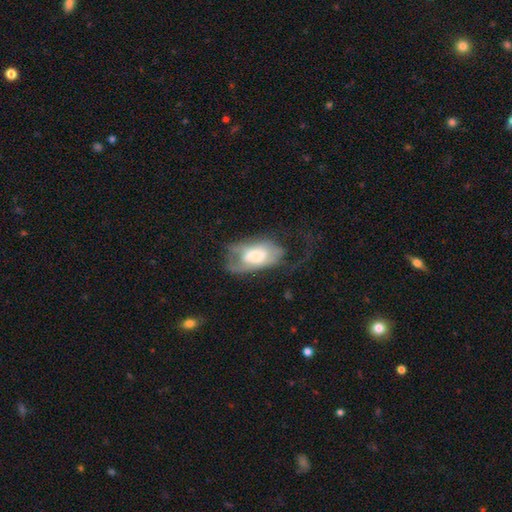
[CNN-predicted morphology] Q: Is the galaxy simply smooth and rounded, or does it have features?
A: featured or disk — 49%.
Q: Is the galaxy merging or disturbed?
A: major disturbance — 45%.